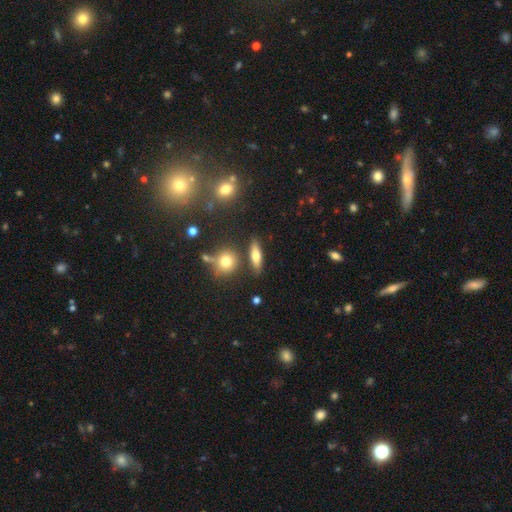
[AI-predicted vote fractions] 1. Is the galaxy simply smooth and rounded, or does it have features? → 65% smooth, 25% featured or disk, 10% star or artifact.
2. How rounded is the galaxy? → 48% cigar-shaped, 44% in between, 8% round.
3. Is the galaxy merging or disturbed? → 81% none, 10% minor disturbance, 6% merger, 3% major disturbance.